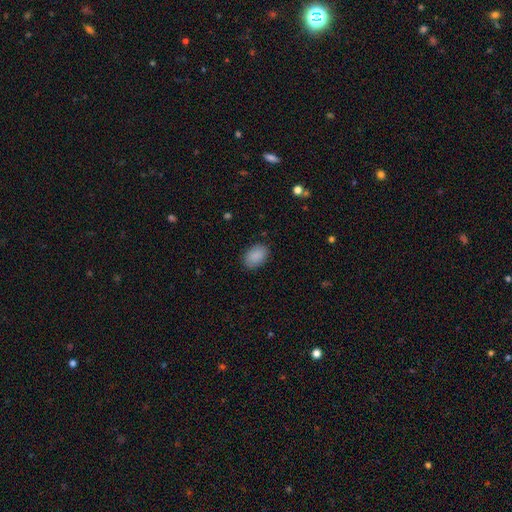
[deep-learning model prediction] Overall: smooth (90%). How rounded: in between (87%). Merging: none (86%).